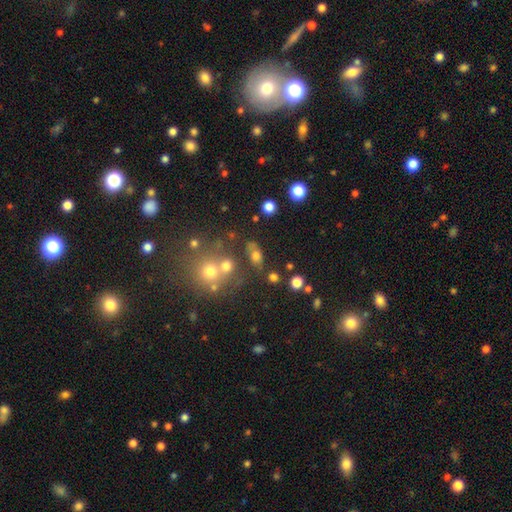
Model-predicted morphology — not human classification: Overall: smooth (68%). How rounded: in between (75%). Merging: none (60%).